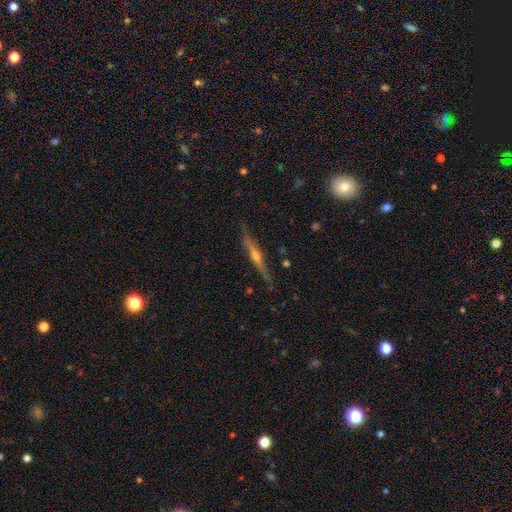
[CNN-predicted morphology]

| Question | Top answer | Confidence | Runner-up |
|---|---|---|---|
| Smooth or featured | featured or disk | 78% | smooth (15%) |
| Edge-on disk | yes | 97% | no (3%) |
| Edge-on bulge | rounded | 85% | none (10%) |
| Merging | none | 85% | minor disturbance (11%) |